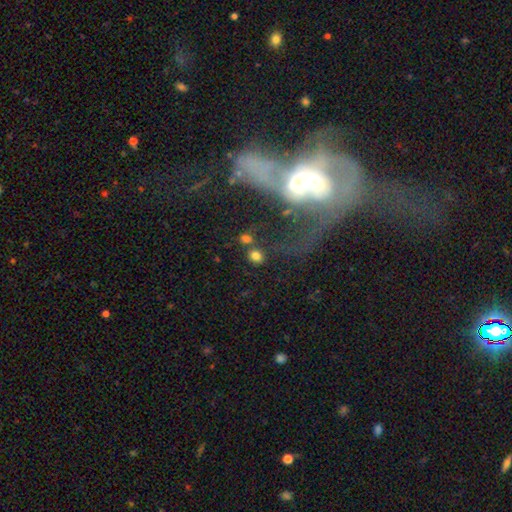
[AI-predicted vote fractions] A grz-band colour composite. It shows a smooth galaxy with no disk features (77%) that is round (64%). Merging: none (64%).